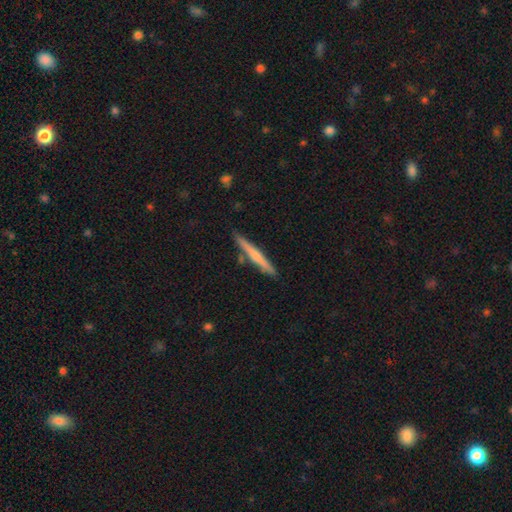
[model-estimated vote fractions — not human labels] Smooth or featured: smooth — 51% (featured or disk — 44%)
How rounded: cigar-shaped — 96% (in between — 3%)
Merging: none — 84% (minor disturbance — 10%)